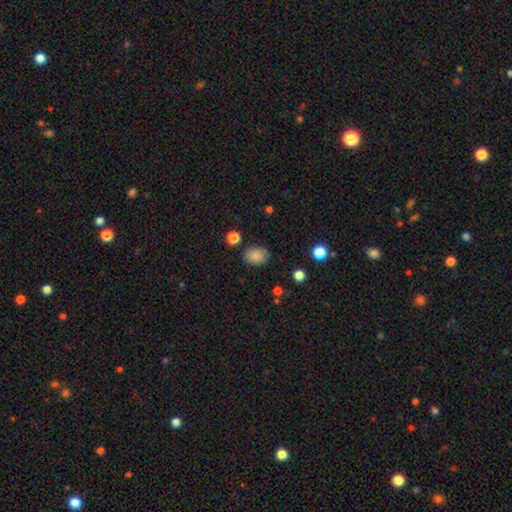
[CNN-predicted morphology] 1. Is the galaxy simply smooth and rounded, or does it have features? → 82% smooth, 10% star or artifact, 8% featured or disk.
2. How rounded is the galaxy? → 61% in between, 38% round, 1% cigar-shaped.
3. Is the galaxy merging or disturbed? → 80% none, 14% minor disturbance, 3% major disturbance, 2% merger.